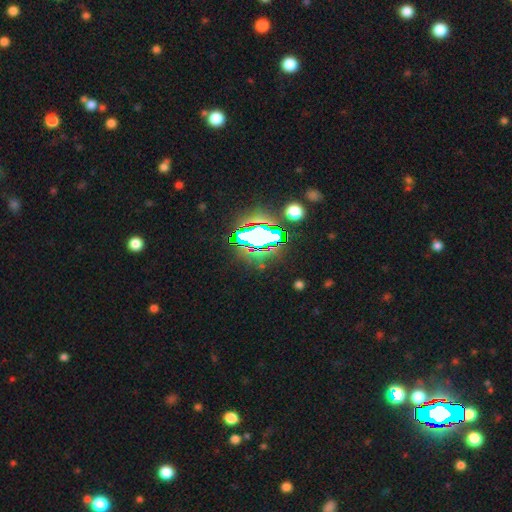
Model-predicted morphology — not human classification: type=star or artifact (81%).